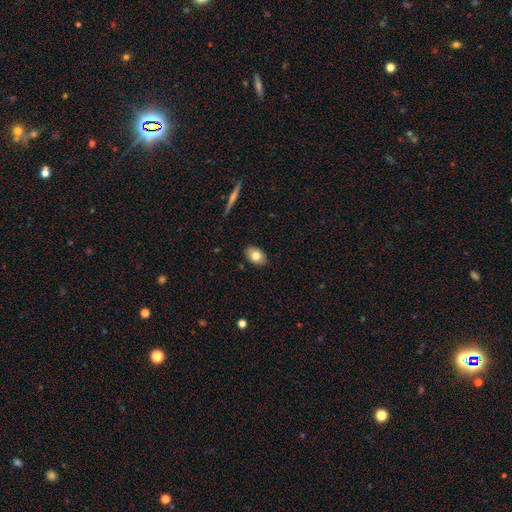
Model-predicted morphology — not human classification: Q: Smooth or featured?
A: smooth (78%); runner-up: featured or disk (15%)
Q: How rounded?
A: in between (86%); runner-up: round (12%)
Q: Merging?
A: none (86%); runner-up: minor disturbance (11%)